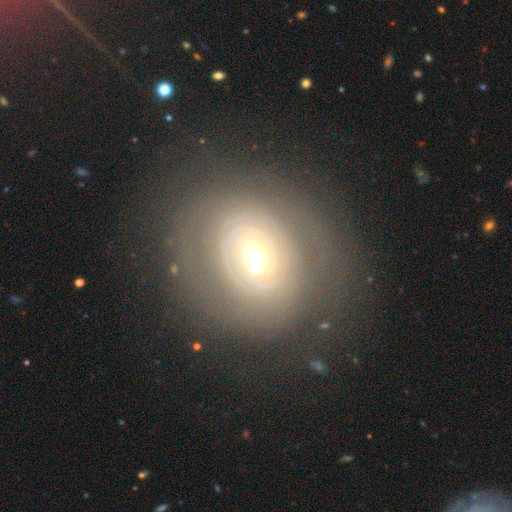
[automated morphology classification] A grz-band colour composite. It shows a featured or disk galaxy (71%) with no bar (83%), spiral arms (69%) and a moderate central bulge (48%). Merging: none (63%).